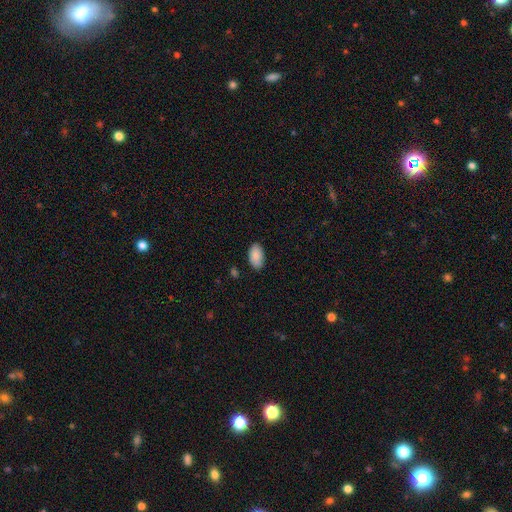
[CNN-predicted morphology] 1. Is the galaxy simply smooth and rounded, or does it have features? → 88% smooth, 7% star or artifact, 5% featured or disk.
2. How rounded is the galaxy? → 95% in between, 4% round, 1% cigar-shaped.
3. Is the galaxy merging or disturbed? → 85% none, 12% minor disturbance, 2% major disturbance, 1% merger.